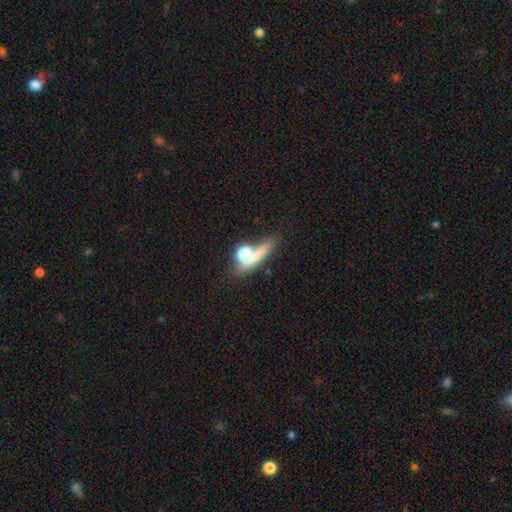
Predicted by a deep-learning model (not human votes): smooth 59%, featured or disk 26%, star or artifact 15%. Down the decision tree: how rounded — round (41%); merging — none (44%).